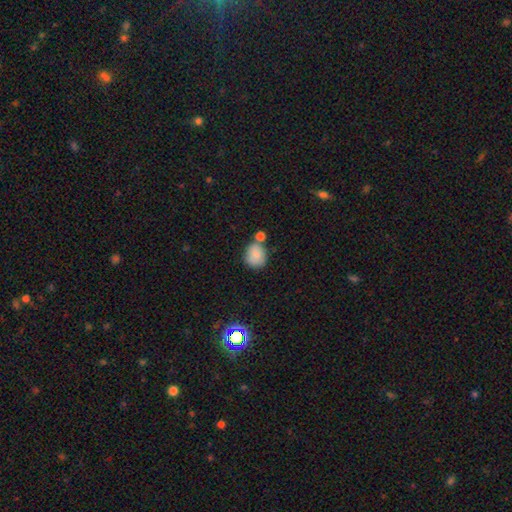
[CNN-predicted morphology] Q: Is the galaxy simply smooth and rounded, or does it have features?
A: smooth — 83%.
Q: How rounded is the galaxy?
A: round — 70%.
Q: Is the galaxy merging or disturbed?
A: none — 52%.